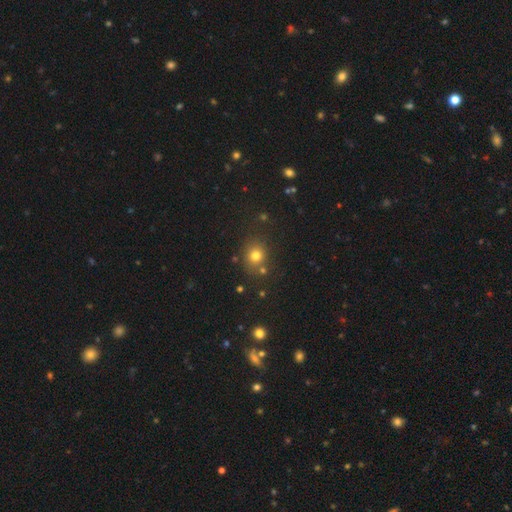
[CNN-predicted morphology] This appears to be a smooth galaxy with no disk features (74%) that is round (79%). Merging: none (77%).